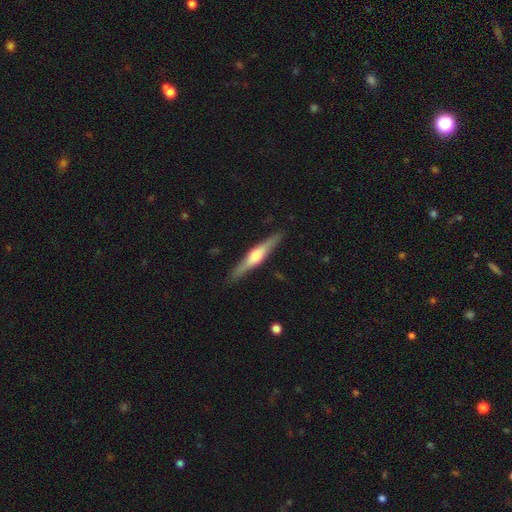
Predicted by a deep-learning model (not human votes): A featured or disk galaxy (72%) viewed edge-on (97%) with a rounded central bulge (84%).

Vote fractions:
- Smooth or featured? featured or disk: 72% / smooth: 23% / star or artifact: 5%
- Edge-on disk? yes: 97% / no: 3%
- Edge-on bulge? rounded: 84% / boxy: 12% / none: 4%
- Merging? none: 90% / minor disturbance: 8% / major disturbance: 2% / merger: 1%